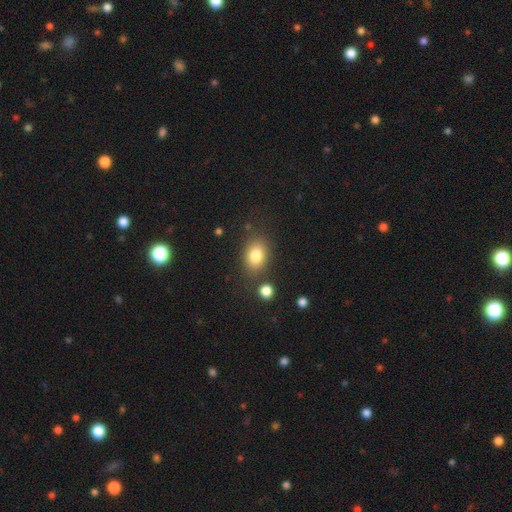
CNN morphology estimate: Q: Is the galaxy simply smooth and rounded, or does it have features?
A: smooth — 81%.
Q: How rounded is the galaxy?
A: in between — 70%.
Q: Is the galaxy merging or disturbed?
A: none — 78%.